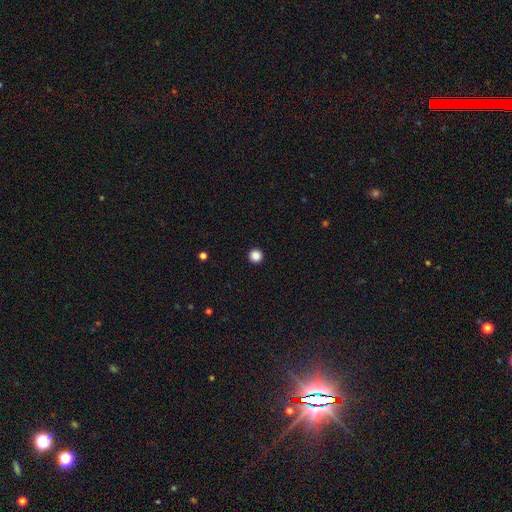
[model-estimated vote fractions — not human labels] Overall: smooth (86%). How rounded: round (96%). Merging: none (94%).